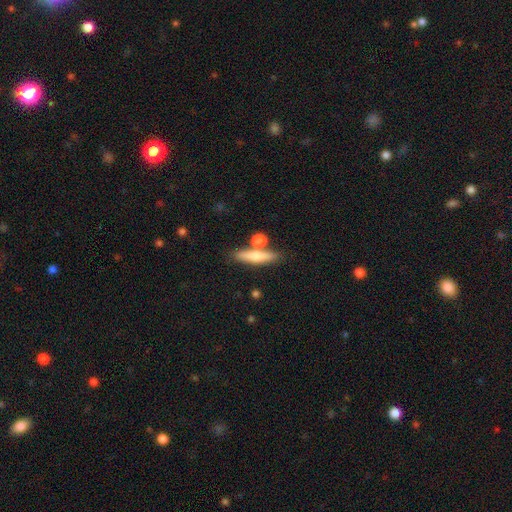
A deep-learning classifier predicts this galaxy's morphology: Overall: smooth (64%; featured or disk 30%). How rounded: cigar-shaped (74%). Merging: none (65%).